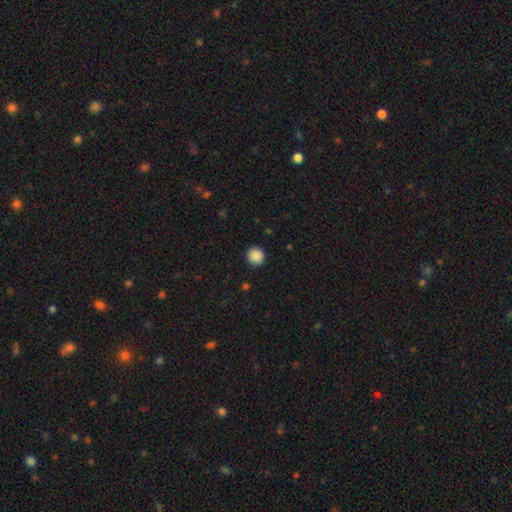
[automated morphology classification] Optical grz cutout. It shows a smooth galaxy with no disk features (89%) that is round (93%). Merging: none (92%).